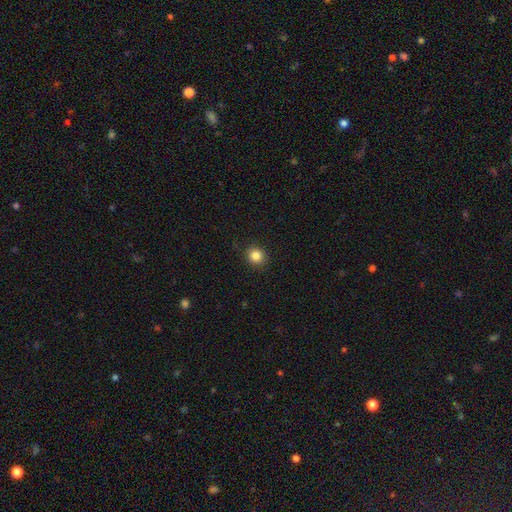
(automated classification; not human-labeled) smooth-or-featured: smooth: 84% | star or artifact: 11% | featured or disk: 4%
  how-rounded: round: 88% | in between: 11% | cigar-shaped: 1%
  merging: none: 91% | minor disturbance: 7% | major disturbance: 2% | merger: 1%